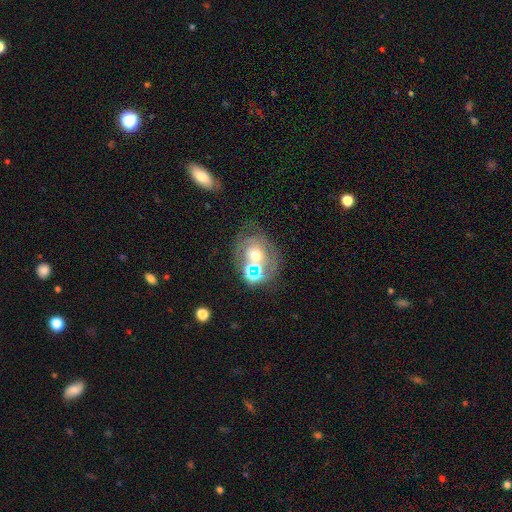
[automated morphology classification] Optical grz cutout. It shows a featured or disk galaxy (39%). Merging: none (43%).